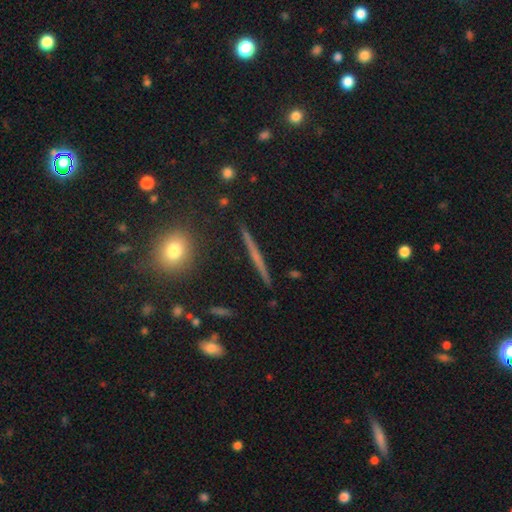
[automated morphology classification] This appears to be a featured or disk galaxy (59%) viewed edge-on (97%) with no central bulge (79%). Merging: none (92%).